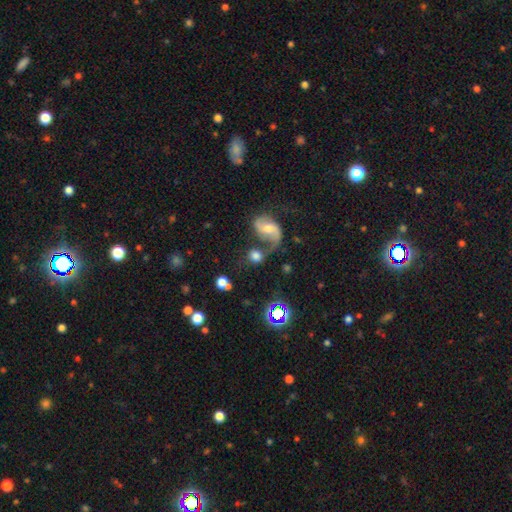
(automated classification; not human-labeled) This is possibly a smooth galaxy (49%). Merging: marginally none (44%).